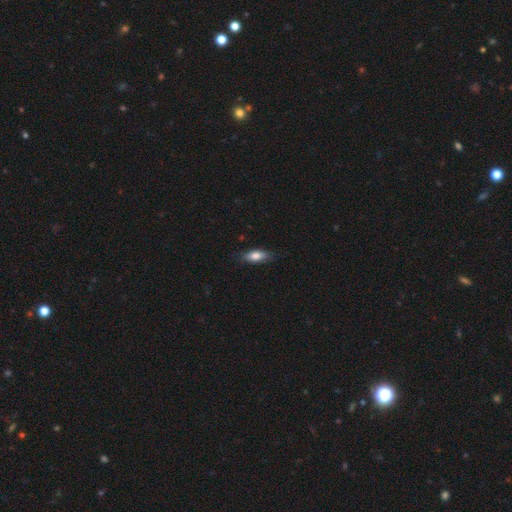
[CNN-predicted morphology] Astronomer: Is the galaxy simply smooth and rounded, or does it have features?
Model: smooth — 79%.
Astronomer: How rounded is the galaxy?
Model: in between — 75%.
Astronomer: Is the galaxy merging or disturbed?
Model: none — 81%.